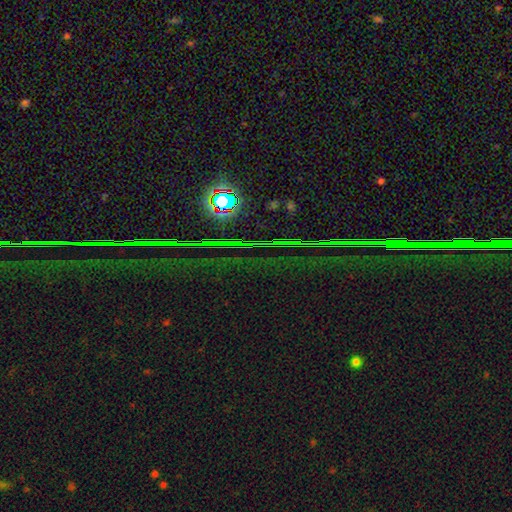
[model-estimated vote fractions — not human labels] This is clearly a star or artifact rather than a galaxy (85%).